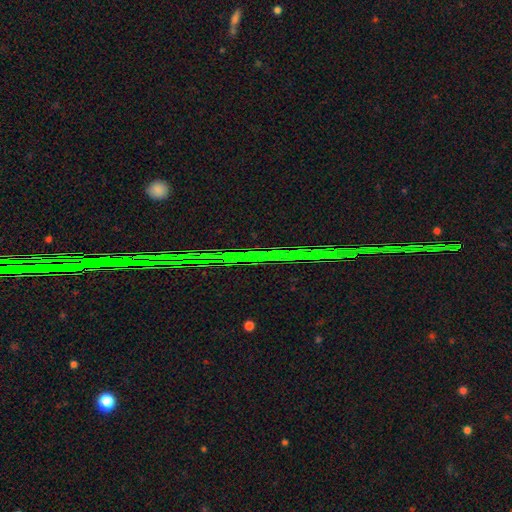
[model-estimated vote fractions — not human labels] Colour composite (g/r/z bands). It shows a star or artifact, not a galaxy (81%).